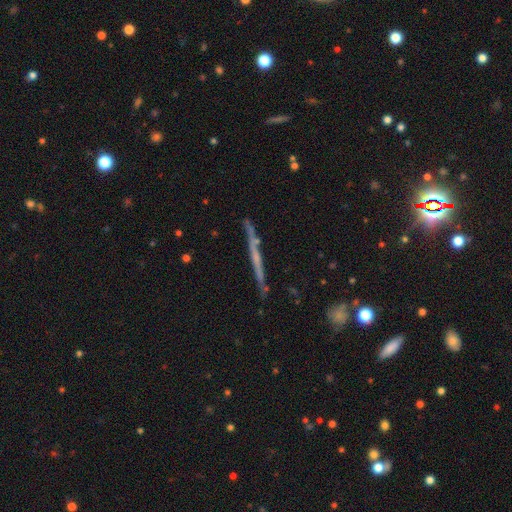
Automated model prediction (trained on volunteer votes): Smooth or featured?
  - featured or disk: 63% *
  - smooth: 27%
  - star or artifact: 10%
Edge-on disk?
  - yes: 96% *
  - no: 4%
Edge-on bulge?
  - none: 74% *
  - rounded: 19%
  - boxy: 7%
Merging?
  - none: 85% *
  - minor disturbance: 11%
  - major disturbance: 2%
  - merger: 2%